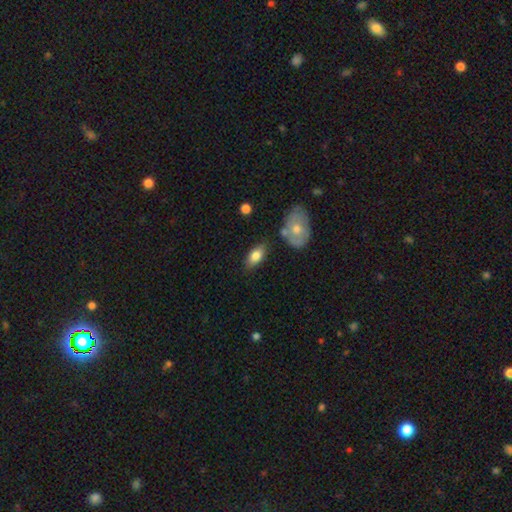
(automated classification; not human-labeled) A smooth galaxy with no disk features (77%) that is in between round and cigar-shaped (89%). Merging: none (76%).